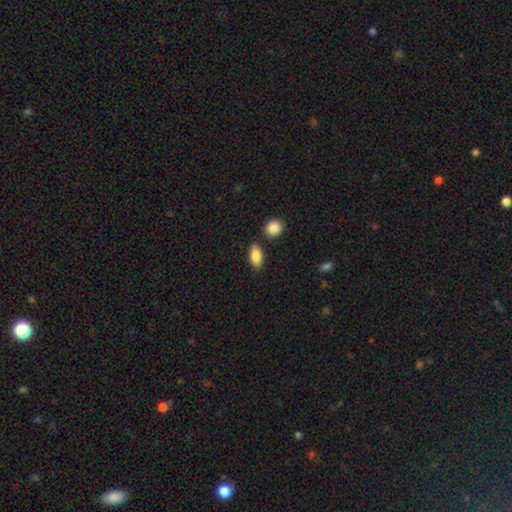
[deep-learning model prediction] A smooth galaxy with no disk features (87%) that is in between round and cigar-shaped (90%).

Vote fractions:
- Smooth or featured? smooth: 87% / star or artifact: 7% / featured or disk: 6%
- How rounded? in between: 90% / cigar-shaped: 5% / round: 5%
- Merging? none: 79% / minor disturbance: 11% / merger: 7% / major disturbance: 3%